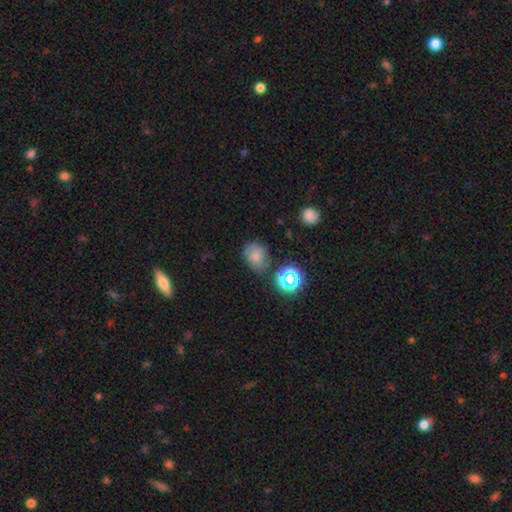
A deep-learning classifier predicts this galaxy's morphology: Smooth or featured: smooth — 68% (star or artifact — 19%)
How rounded: round — 49% (tied with in between — 49%)
Merging: none — 65% (minor disturbance — 22%)